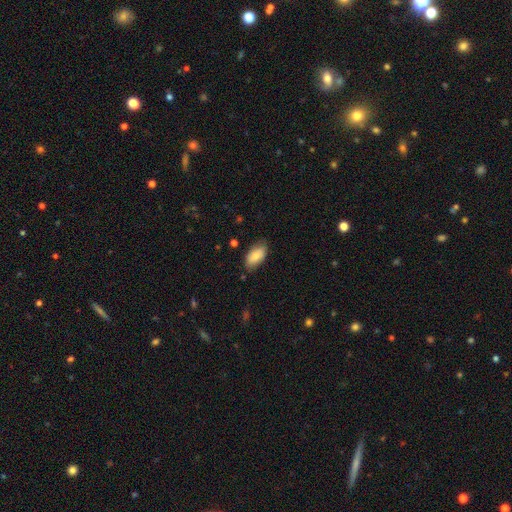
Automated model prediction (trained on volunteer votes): smooth_or_featured: smooth (p=0.81) [alt: featured or disk p=0.12]
how_rounded: in between (p=0.94) [alt: cigar-shaped p=0.03]
merging: none (p=0.74) [alt: minor disturbance p=0.20]